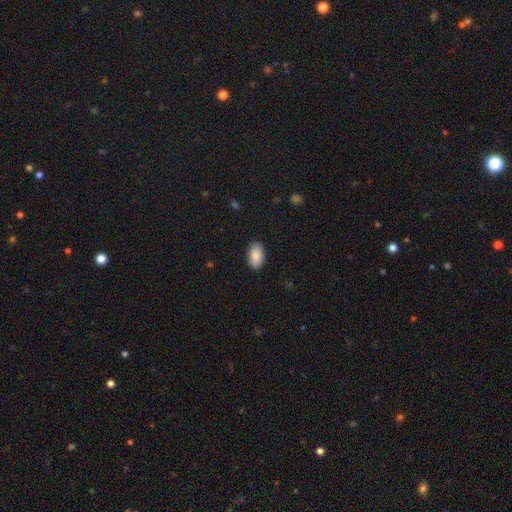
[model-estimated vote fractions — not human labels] A smooth galaxy with no disk features (90%) that is in between round and cigar-shaped (95%).

Vote fractions:
- Smooth or featured? smooth: 90% / star or artifact: 6% / featured or disk: 4%
- How rounded? in between: 95% / round: 3% / cigar-shaped: 2%
- Merging? none: 89% / minor disturbance: 8% / major disturbance: 2% / merger: 1%